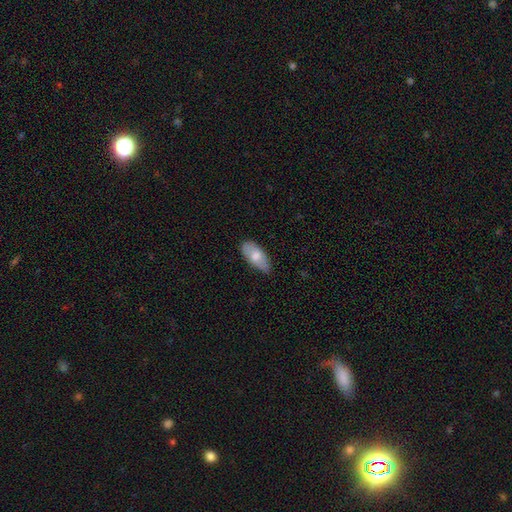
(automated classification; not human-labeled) Smooth or featured: smooth — 72% (featured or disk — 21%)
How rounded: in between — 89% (cigar-shaped — 8%)
Merging: none — 72% (minor disturbance — 23%)